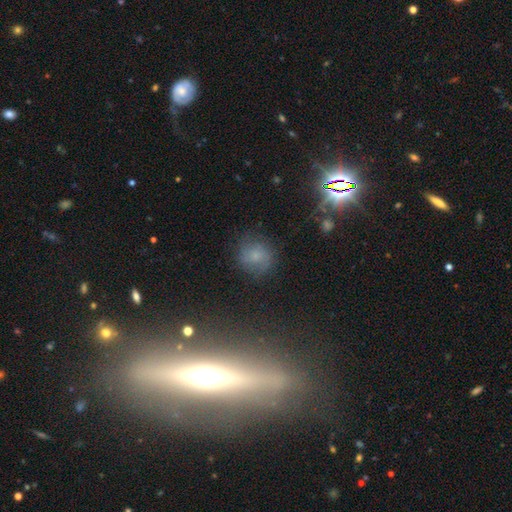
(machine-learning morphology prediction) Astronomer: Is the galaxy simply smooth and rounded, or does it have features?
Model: smooth — 56%.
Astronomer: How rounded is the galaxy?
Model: round — 81%.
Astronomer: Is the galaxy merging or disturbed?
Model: none — 72%.